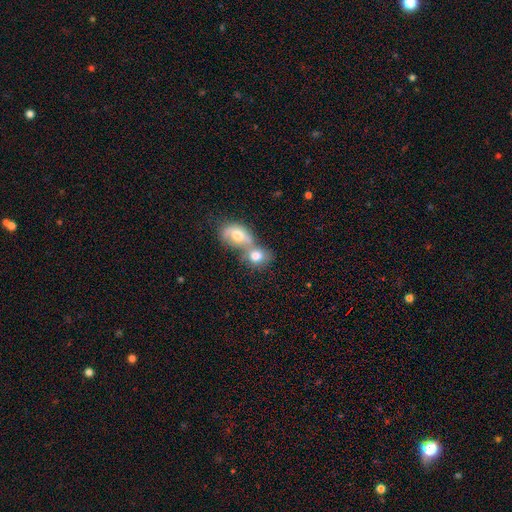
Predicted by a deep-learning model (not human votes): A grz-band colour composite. It shows a smooth galaxy with no disk features (72%) that is in between round and cigar-shaped (49%, tied with round). Merging: merger (71%).